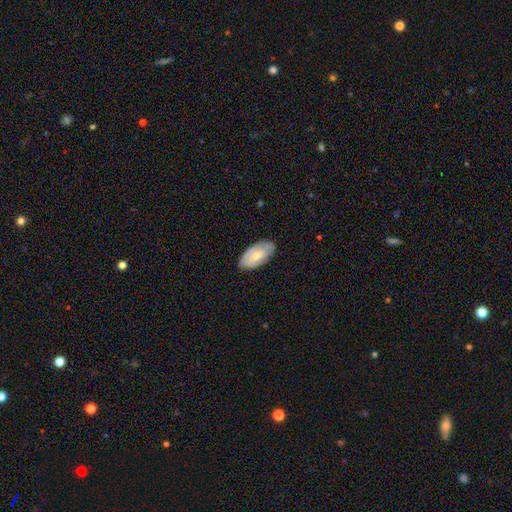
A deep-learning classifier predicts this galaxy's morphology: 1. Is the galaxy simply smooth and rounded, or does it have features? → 60% smooth, 34% featured or disk, 6% star or artifact.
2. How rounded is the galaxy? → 94% in between, 3% cigar-shaped, 3% round.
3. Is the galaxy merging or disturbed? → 82% none, 14% minor disturbance, 3% major disturbance, 1% merger.